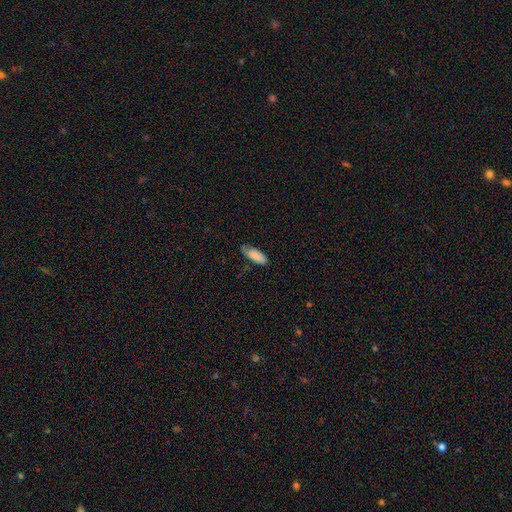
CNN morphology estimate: type=smooth (84%); roundness=in between (73%); merging=none (66%).